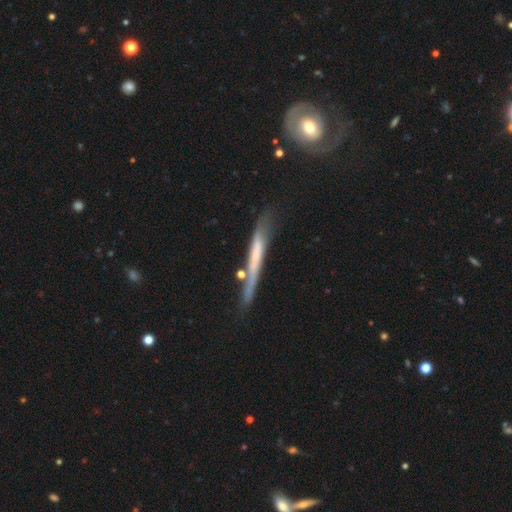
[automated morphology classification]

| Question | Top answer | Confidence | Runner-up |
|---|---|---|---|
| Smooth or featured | featured or disk | 50% | smooth (43%) |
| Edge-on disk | yes | 86% | no (14%) |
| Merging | none | 56% | minor disturbance (24%) |